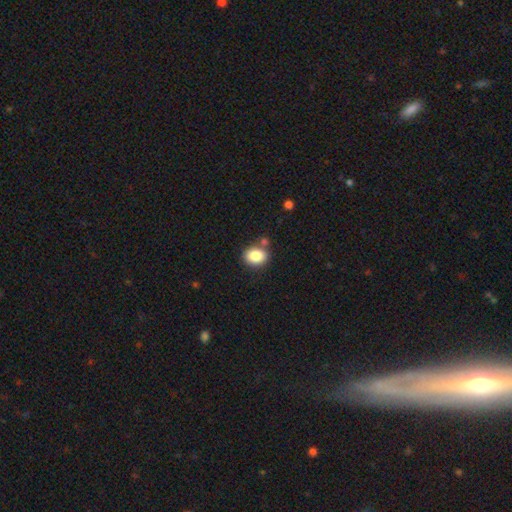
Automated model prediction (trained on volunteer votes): This appears to be a smooth galaxy with no disk features (86%) that is in between round and cigar-shaped (60%). Merging: none (73%).